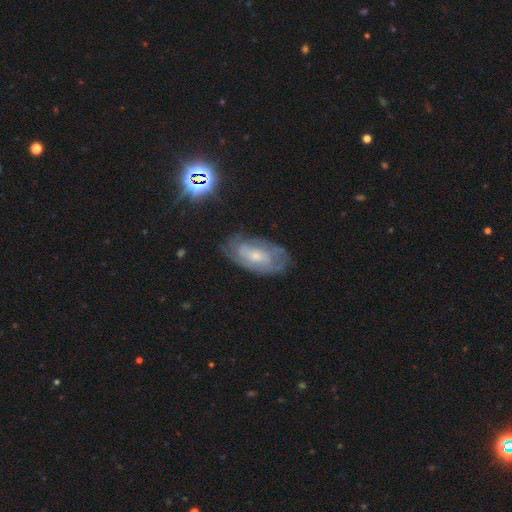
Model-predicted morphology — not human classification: The model was most divided on "bulge size": small: 58%, moderate: 34%, none: 4%, large: 3%, dominant: 1%. More confident: edge-on disk — no (92%); spiral arms — yes (72%); bar — no (69%); merging — none (67%); smooth or featured — featured or disk (63%).